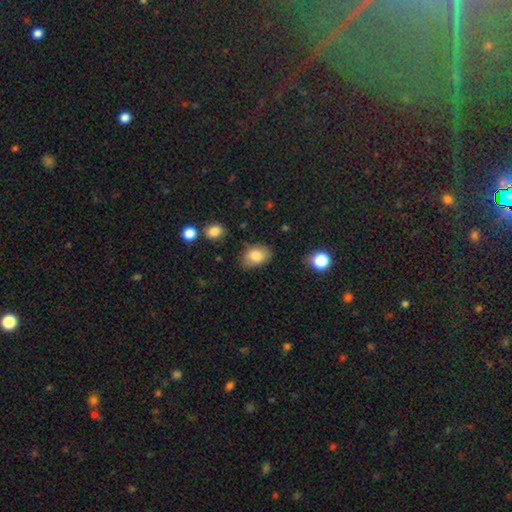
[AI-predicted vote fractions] smooth_or_featured: smooth (p=0.82) [alt: featured or disk p=0.09]
how_rounded: in between (p=0.78) [alt: round p=0.21]
merging: none (p=0.76) [alt: minor disturbance p=0.18]